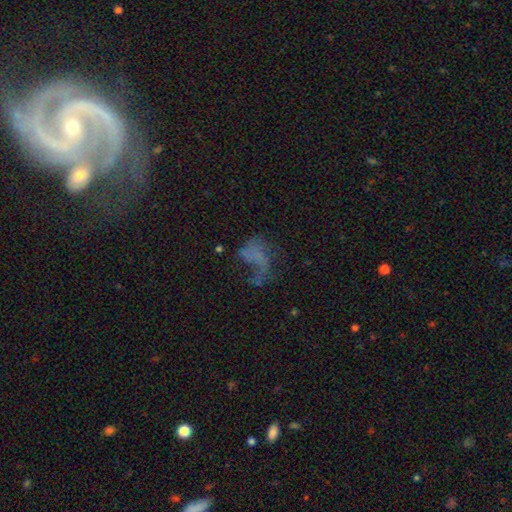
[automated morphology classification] Smooth or featured: featured or disk — 50% (smooth — 31%)
Edge-on disk: no — 98% (yes — 2%)
Merging: major disturbance — 48% (none — 30%)